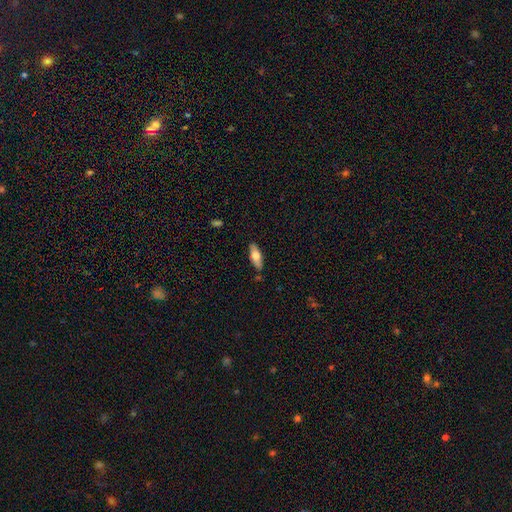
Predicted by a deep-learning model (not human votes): Overall: smooth (64%; featured or disk 30%). How rounded: in between (67%; cigar-shaped 31%). Merging: none (84%).